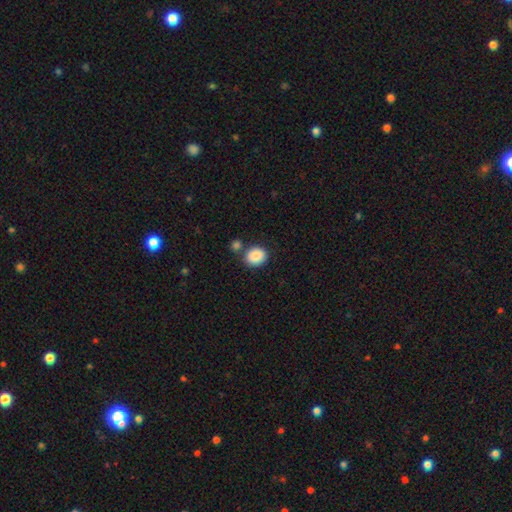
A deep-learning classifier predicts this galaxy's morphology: This appears to be a smooth galaxy with no disk features (87%) that is round (66%). Merging: none (72%).